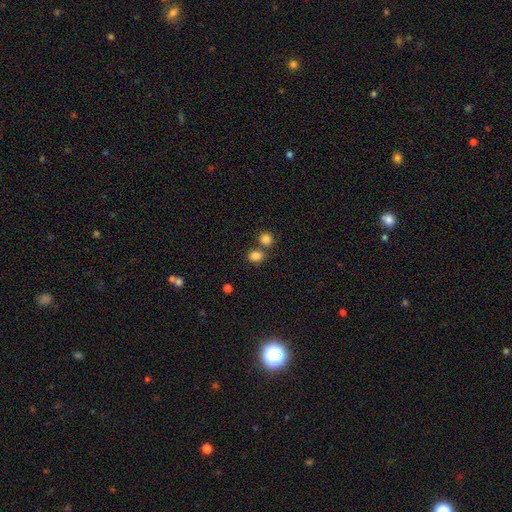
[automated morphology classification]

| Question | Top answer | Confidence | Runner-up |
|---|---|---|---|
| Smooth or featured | smooth | 82% | star or artifact (12%) |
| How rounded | round | 64% | in between (35%) |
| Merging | none | 61% | merger (26%) |